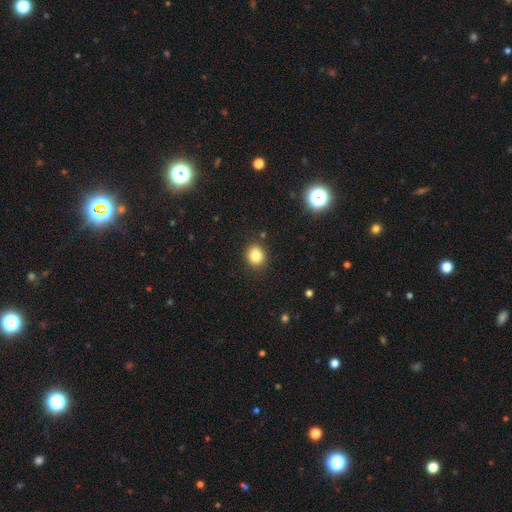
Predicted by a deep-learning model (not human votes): smooth-or-featured: smooth: 82% | star or artifact: 11% | featured or disk: 6%
  how-rounded: round: 72% | in between: 27% | cigar-shaped: 1%
  merging: none: 84% | minor disturbance: 11% | major disturbance: 3% | merger: 3%